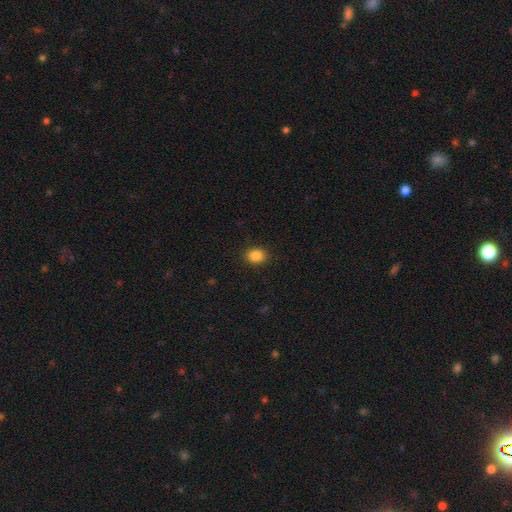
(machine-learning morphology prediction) smooth-or-featured: smooth: 87% | star or artifact: 10% | featured or disk: 3%
  how-rounded: round: 51% | in between: 48% | cigar-shaped: 1%
  merging: none: 89% | minor disturbance: 7% | major disturbance: 2% | merger: 1%